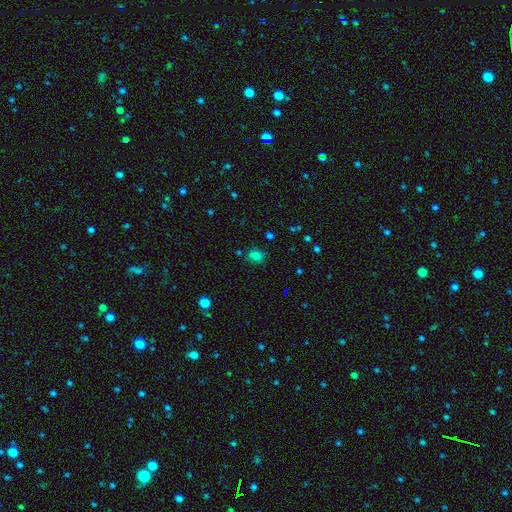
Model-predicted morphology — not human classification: smooth-or-featured: smooth: 76% | star or artifact: 18% | featured or disk: 5%
  how-rounded: in between: 63% | round: 35% | cigar-shaped: 1%
  merging: none: 78% | minor disturbance: 14% | major disturbance: 4% | merger: 4%